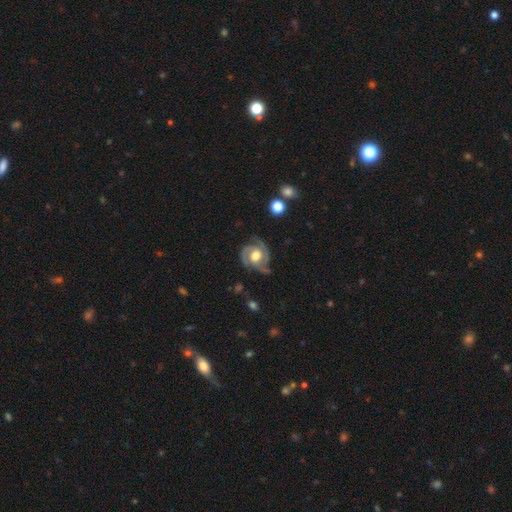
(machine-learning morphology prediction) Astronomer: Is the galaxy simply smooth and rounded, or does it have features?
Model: featured or disk — 88%.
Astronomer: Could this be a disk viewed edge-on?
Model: no — 98%.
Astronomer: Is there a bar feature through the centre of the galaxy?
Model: no — 64%.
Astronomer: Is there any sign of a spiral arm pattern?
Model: yes — 97%.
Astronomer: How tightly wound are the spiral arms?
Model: tight — 51% (runner-up: medium, 41%).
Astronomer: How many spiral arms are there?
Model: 2 — 70%.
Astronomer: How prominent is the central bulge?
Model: moderate — 63%.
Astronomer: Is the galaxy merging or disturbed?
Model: none — 70%.